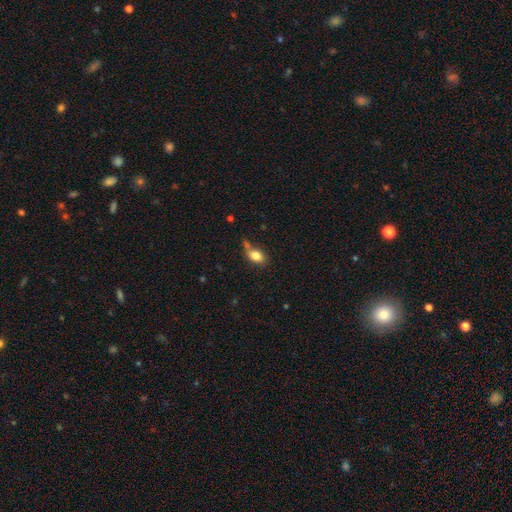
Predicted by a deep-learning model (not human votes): A smooth galaxy with no disk features (81%) that is in between round and cigar-shaped (81%). Merging: none (51%).